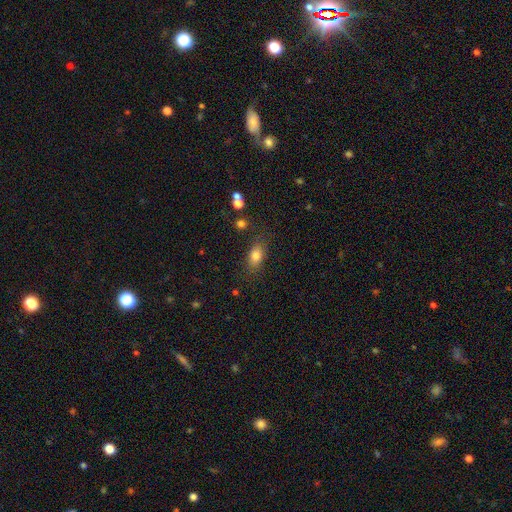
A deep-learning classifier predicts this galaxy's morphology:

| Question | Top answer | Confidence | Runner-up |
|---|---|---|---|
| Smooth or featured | smooth | 80% | star or artifact (10%) |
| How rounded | in between | 80% | round (15%) |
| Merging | none | 78% | minor disturbance (14%) |